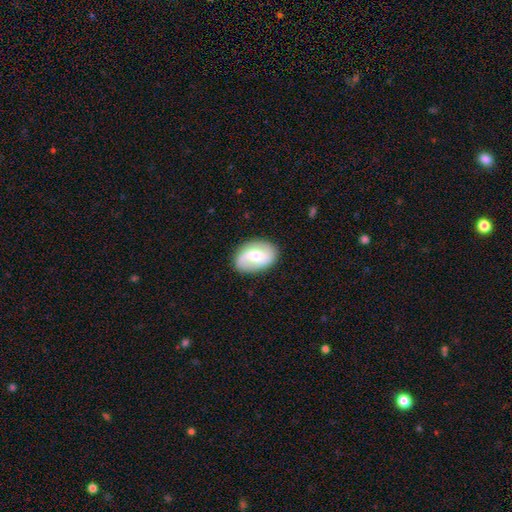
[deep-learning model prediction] Smooth or featured? featured or disk (63%)
Edge-on disk? no (96%)
Bar? weak (44%)
Spiral arms? yes (86%)
Spiral winding? loose (41%)
Spiral arm count? 2 (81%)
Bulge size? moderate (57%)
Merging? none (83%)